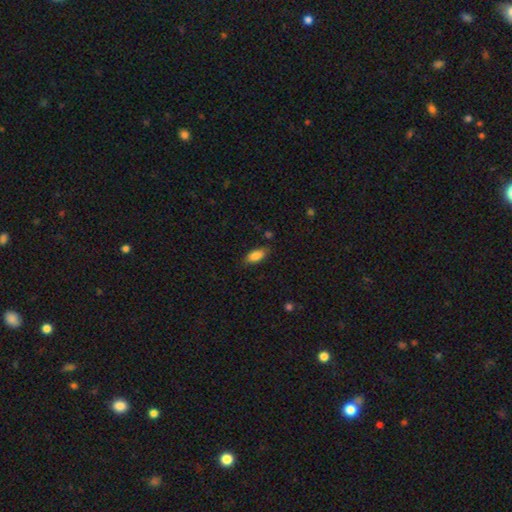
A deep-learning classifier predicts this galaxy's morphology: Smooth or featured? Predicted: smooth (p=0.85). How rounded? Predicted: in between (p=0.85). Merging? Predicted: none (p=0.79).